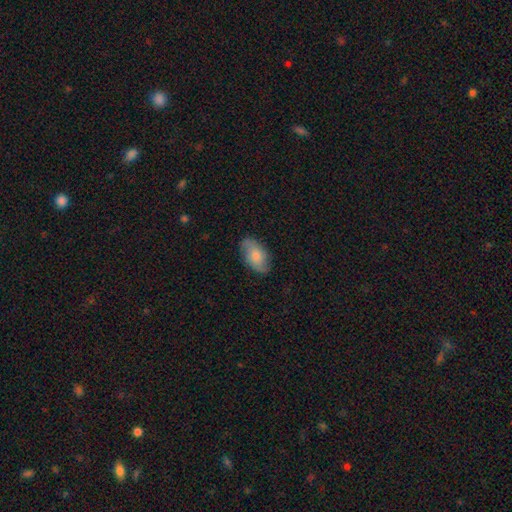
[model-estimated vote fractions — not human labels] This is possibly a smooth galaxy (59%). How rounded: clearly in between (93%). Merging: likely none (78%).